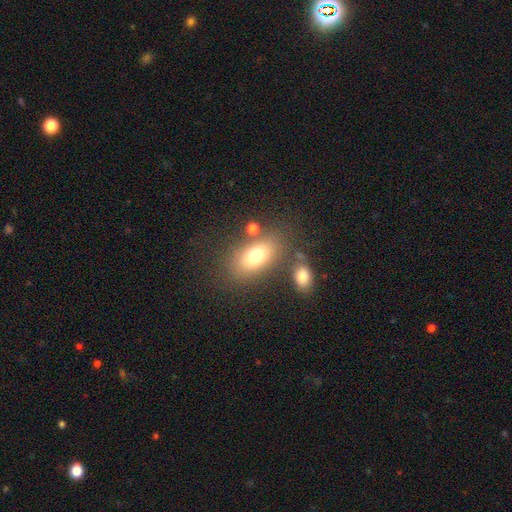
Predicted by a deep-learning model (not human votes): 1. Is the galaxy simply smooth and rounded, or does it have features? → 74% smooth, 16% featured or disk, 10% star or artifact.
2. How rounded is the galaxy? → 84% in between, 12% round, 4% cigar-shaped.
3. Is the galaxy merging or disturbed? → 70% none, 13% minor disturbance, 11% merger, 6% major disturbance.